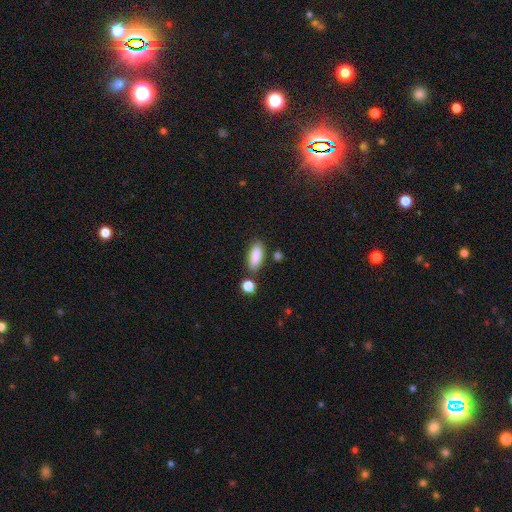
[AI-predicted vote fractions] Q: Smooth or featured?
A: smooth (88%); runner-up: star or artifact (7%)
Q: How rounded?
A: in between (80%); runner-up: cigar-shaped (17%)
Q: Merging?
A: none (77%); runner-up: minor disturbance (13%)